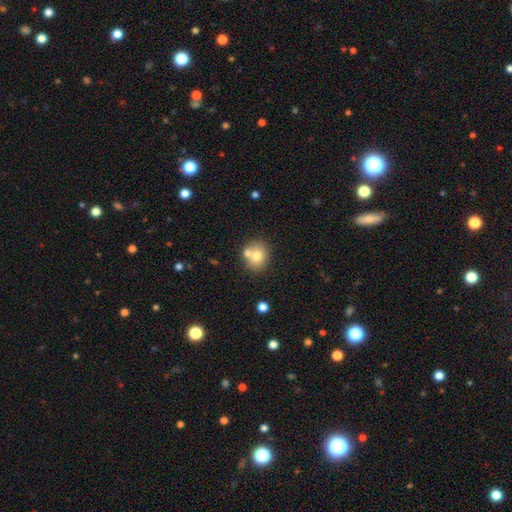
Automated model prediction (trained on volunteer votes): smooth-or-featured: smooth: 74% | featured or disk: 16% | star or artifact: 10%
  how-rounded: round: 69% | in between: 30% | cigar-shaped: 1%
  merging: none: 59% | merger: 27% | minor disturbance: 11% | major disturbance: 3%